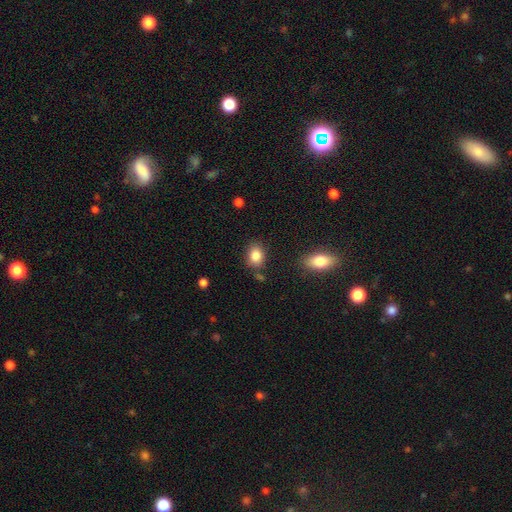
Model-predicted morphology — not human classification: Q: Smooth or featured?
A: smooth (86%); runner-up: star or artifact (9%)
Q: How rounded?
A: in between (64%); runner-up: round (35%)
Q: Merging?
A: none (77%); runner-up: minor disturbance (14%)